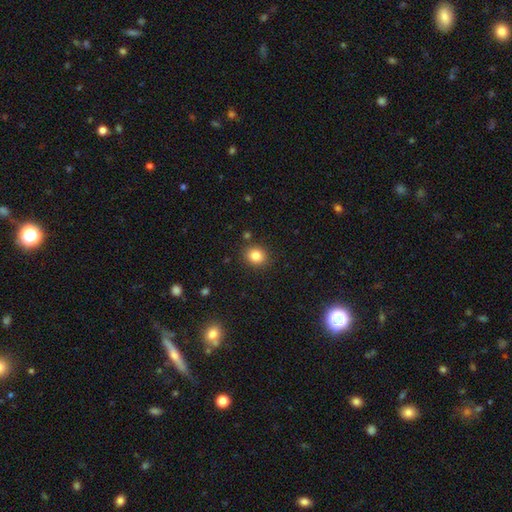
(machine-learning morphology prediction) This appears to be a smooth galaxy with no disk features (84%) that is round (72%). Merging: none (87%).